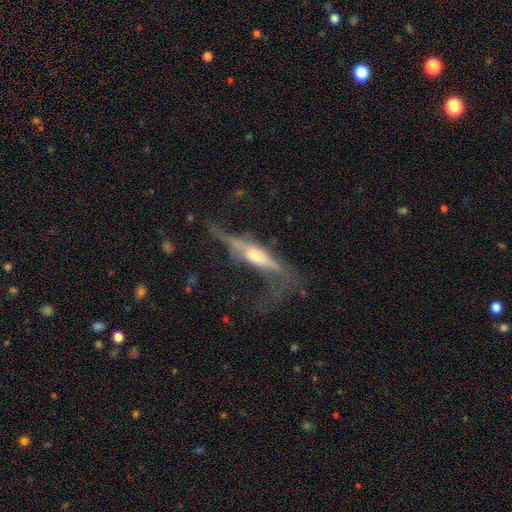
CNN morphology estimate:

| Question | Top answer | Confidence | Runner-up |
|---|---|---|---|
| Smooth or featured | featured or disk | 68% | smooth (24%) |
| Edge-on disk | yes | 73% | no (27%) |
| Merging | major disturbance | 44% | none (29%) |